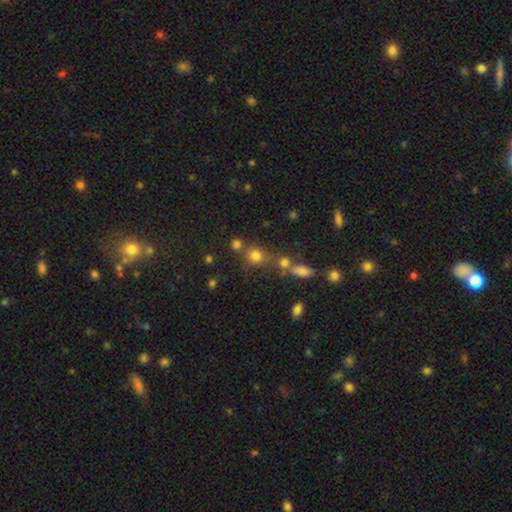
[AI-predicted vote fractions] This is likely a smooth galaxy (74%). How rounded: clearly round (83%). Merging: possibly none (57%).